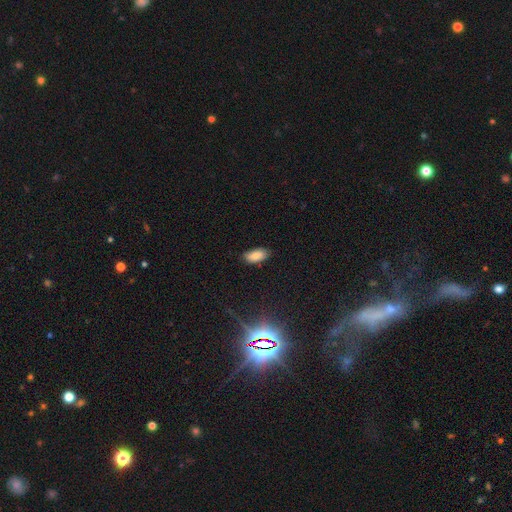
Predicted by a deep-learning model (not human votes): A smooth galaxy with no disk features (82%) that is in between round and cigar-shaped (91%). Merging: none (81%).